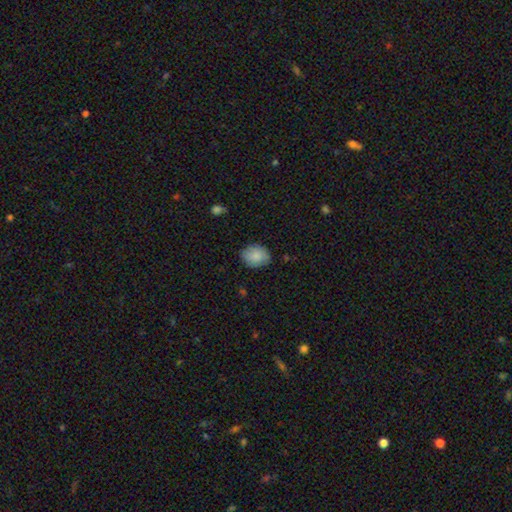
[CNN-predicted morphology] Overall: smooth (86%). How rounded: in between (54%; round 45%). Merging: none (78%).